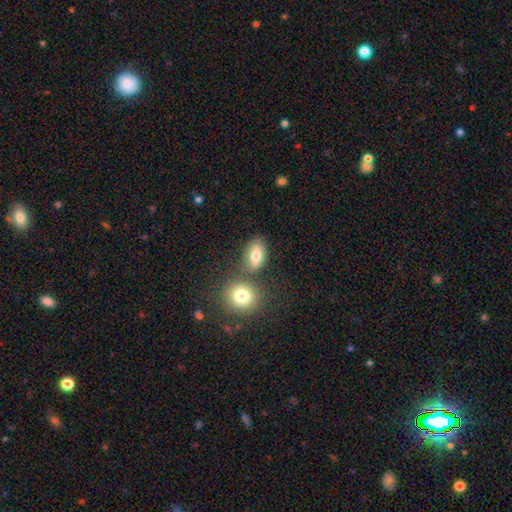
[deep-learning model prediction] The model was most divided on "merging": none: 63%, merger: 18%, minor disturbance: 14%, major disturbance: 5%. More confident: how rounded — in between (79%); smooth or featured — smooth (77%).